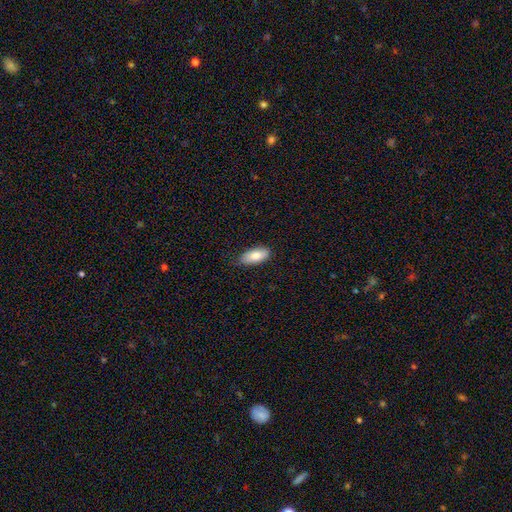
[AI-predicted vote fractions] Smooth or featured? smooth (83%)
How rounded? in between (88%)
Merging? none (81%)